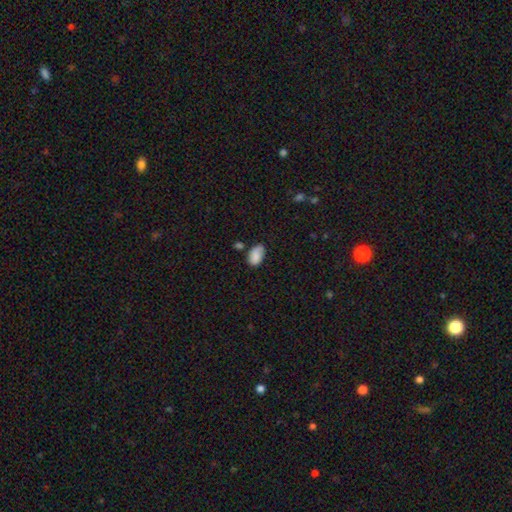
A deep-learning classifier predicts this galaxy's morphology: Q: Smooth or featured?
A: smooth (82%); runner-up: featured or disk (10%)
Q: How rounded?
A: in between (91%); runner-up: round (8%)
Q: Merging?
A: none (60%); runner-up: minor disturbance (28%)